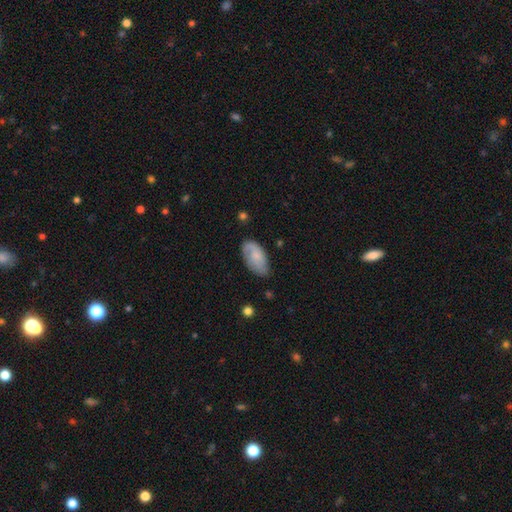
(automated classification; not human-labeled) Q: Smooth or featured?
A: smooth (55%); runner-up: featured or disk (38%)
Q: How rounded?
A: in between (93%); runner-up: round (4%)
Q: Merging?
A: none (63%); runner-up: minor disturbance (27%)